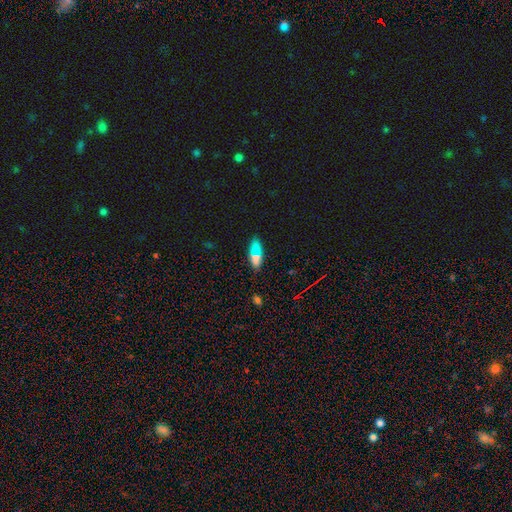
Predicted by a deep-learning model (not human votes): Smooth or featured? smooth (72%)
How rounded? in between (69%)
Merging? none (81%)